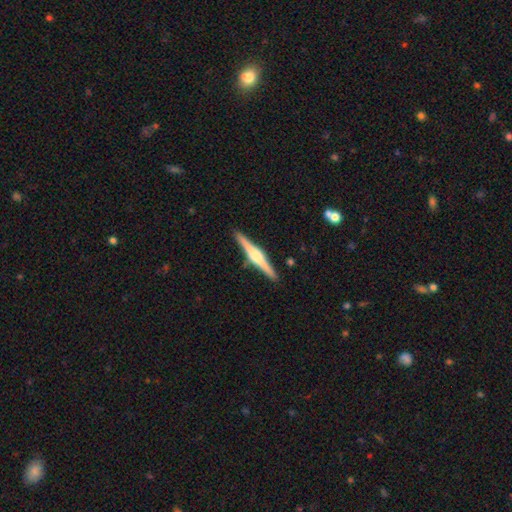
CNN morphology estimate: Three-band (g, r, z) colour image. It shows a featured or disk galaxy (76%) viewed edge-on (98%) with a rounded central bulge (87%). Merging: none (91%).